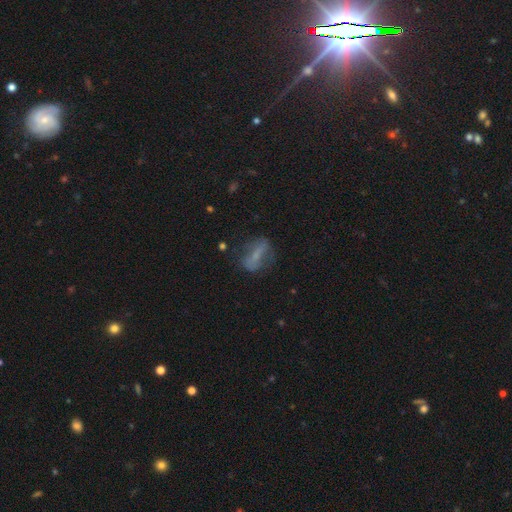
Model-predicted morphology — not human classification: smooth_or_featured: smooth (p=0.45) [alt: featured or disk p=0.44]
merging: none (p=0.58) [alt: minor disturbance p=0.22]